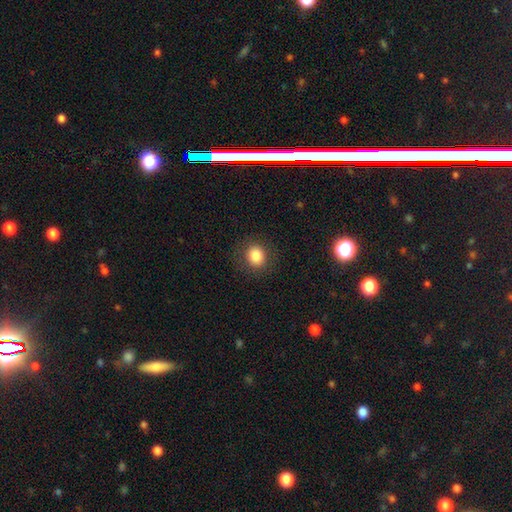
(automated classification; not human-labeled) A smooth galaxy with no disk features (84%) that is round (74%). Merging: none (87%).